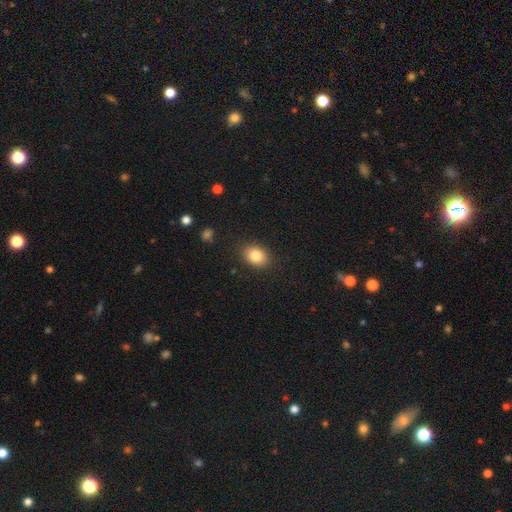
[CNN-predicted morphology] The model was most divided on "how rounded": in between: 65%, round: 34%, cigar-shaped: 1%. More confident: merging — none (86%); smooth or featured — smooth (83%).